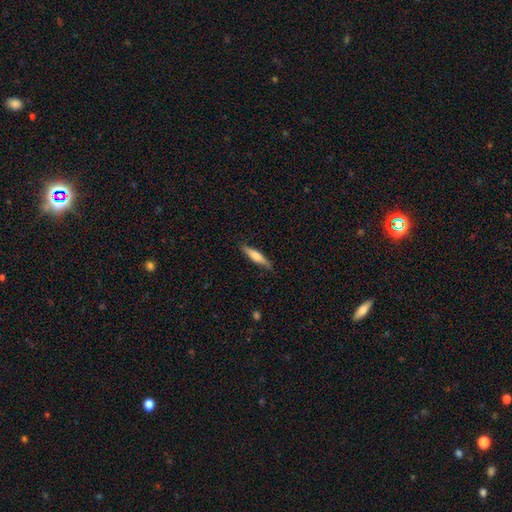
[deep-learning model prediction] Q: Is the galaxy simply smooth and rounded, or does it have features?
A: smooth — 60%.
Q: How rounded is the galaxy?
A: cigar-shaped — 83%.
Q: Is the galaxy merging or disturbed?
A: none — 83%.